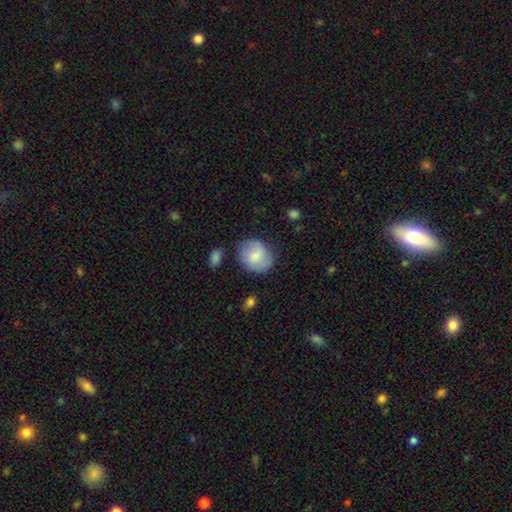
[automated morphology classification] type=smooth (66%); roundness=round (62%); merging=none (71%).